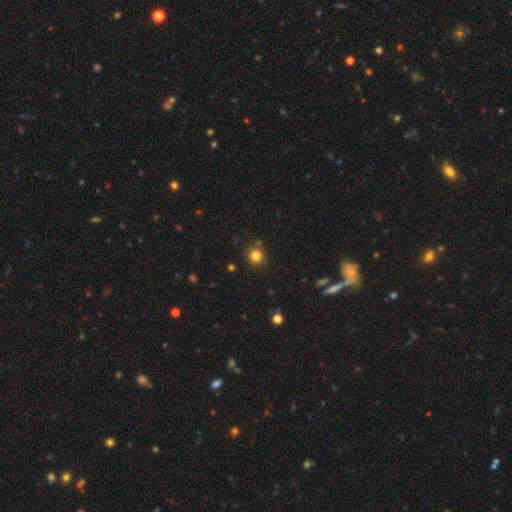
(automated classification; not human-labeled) Smooth or featured?
  - smooth: 81% *
  - star or artifact: 13%
  - featured or disk: 6%
How rounded?
  - round: 91% *
  - in between: 9%
  - cigar-shaped: 1%
Merging?
  - none: 85% *
  - minor disturbance: 8%
  - merger: 5%
  - major disturbance: 2%